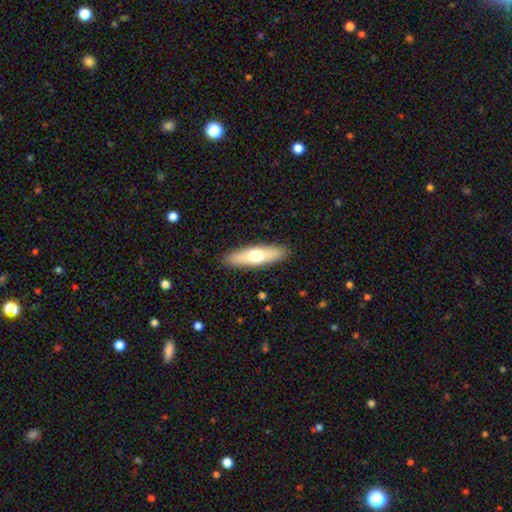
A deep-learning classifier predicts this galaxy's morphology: smooth_or_featured: smooth (p=0.59) [alt: featured or disk p=0.35]
how_rounded: cigar-shaped (p=0.63) [alt: in between p=0.35]
merging: none (p=0.90) [alt: minor disturbance p=0.08]